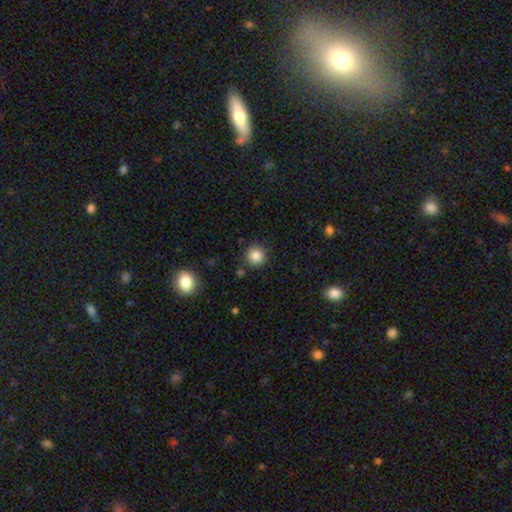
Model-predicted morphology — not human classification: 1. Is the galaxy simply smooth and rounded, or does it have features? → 84% smooth, 11% star or artifact, 5% featured or disk.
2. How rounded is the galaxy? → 94% round, 5% in between, 1% cigar-shaped.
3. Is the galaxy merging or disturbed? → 88% none, 7% minor disturbance, 3% merger, 2% major disturbance.